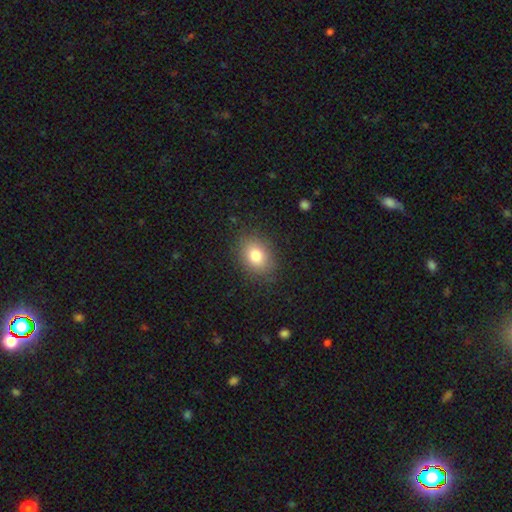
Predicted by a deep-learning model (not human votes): Smooth or featured?
  - smooth: 79% *
  - star or artifact: 11%
  - featured or disk: 10%
How rounded?
  - in between: 62% *
  - round: 37%
  - cigar-shaped: 1%
Merging?
  - none: 85% *
  - minor disturbance: 10%
  - major disturbance: 3%
  - merger: 1%